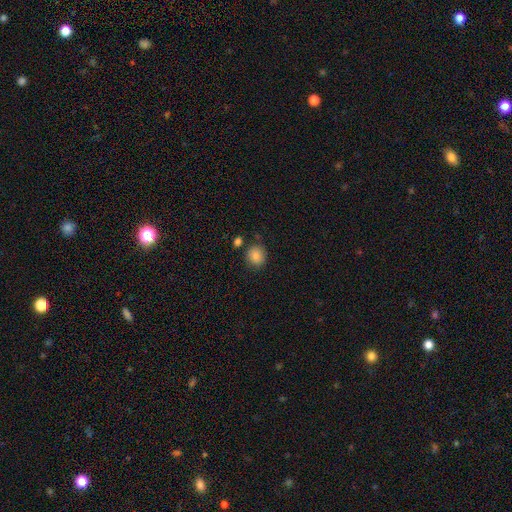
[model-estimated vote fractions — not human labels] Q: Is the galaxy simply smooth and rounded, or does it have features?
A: smooth — 85%.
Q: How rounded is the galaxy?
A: round — 80%.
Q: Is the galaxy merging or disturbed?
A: none — 81%.